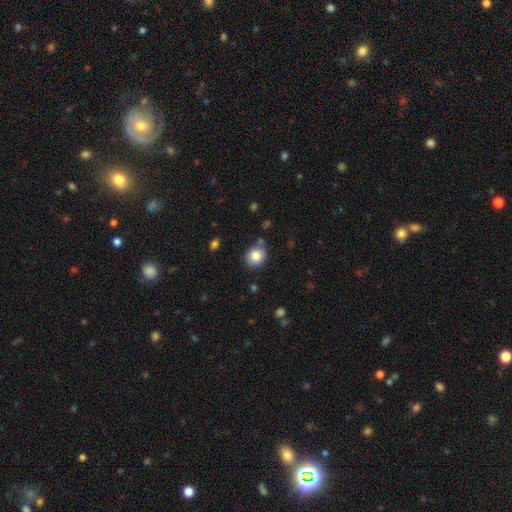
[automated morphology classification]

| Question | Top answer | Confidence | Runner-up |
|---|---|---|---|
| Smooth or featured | smooth | 83% | star or artifact (10%) |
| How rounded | round | 74% | in between (25%) |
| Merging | none | 78% | minor disturbance (14%) |